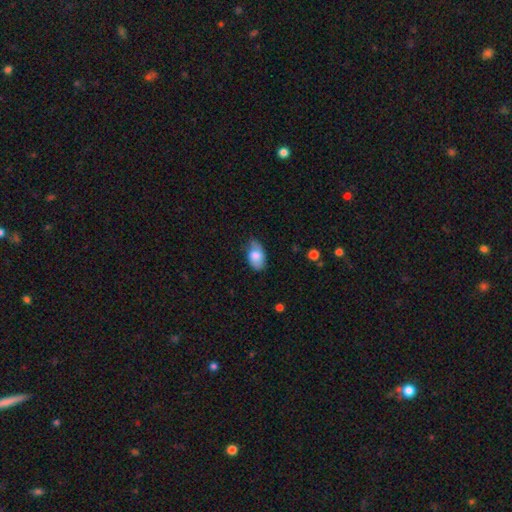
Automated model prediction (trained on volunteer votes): Overall: smooth (71%). How rounded: in between (91%). Merging: none (56%; minor disturbance 34%).